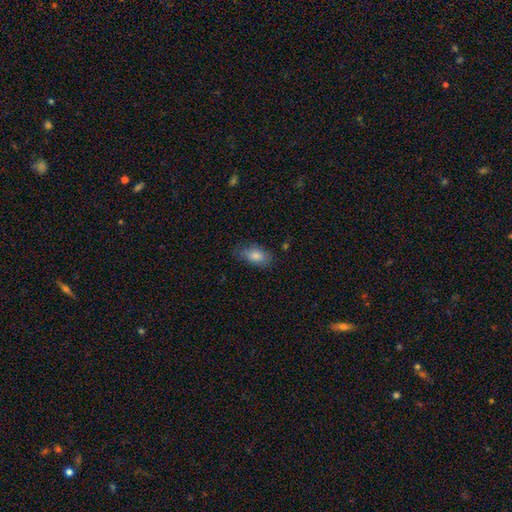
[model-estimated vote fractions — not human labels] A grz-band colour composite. It shows a smooth galaxy with no disk features (83%) that is in between round and cigar-shaped (89%). Merging: none (75%).